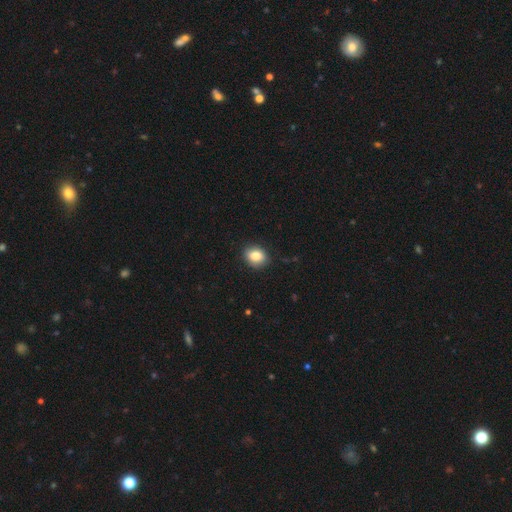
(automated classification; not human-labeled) smooth 83%, star or artifact 9%, featured or disk 8%. Down the decision tree: how rounded — in between (51%); merging — none (88%).